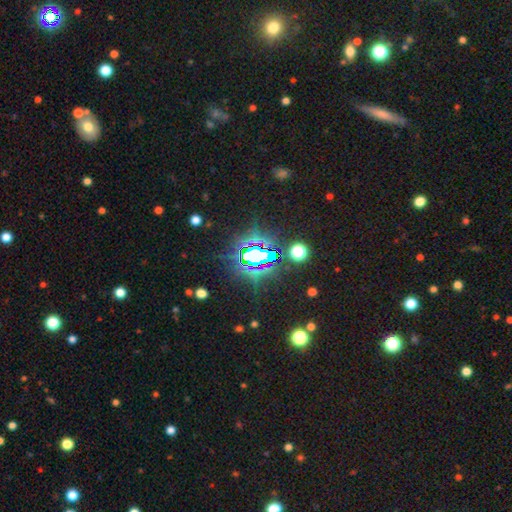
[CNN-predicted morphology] Smooth or featured: star or artifact — 78% (smooth — 12%)